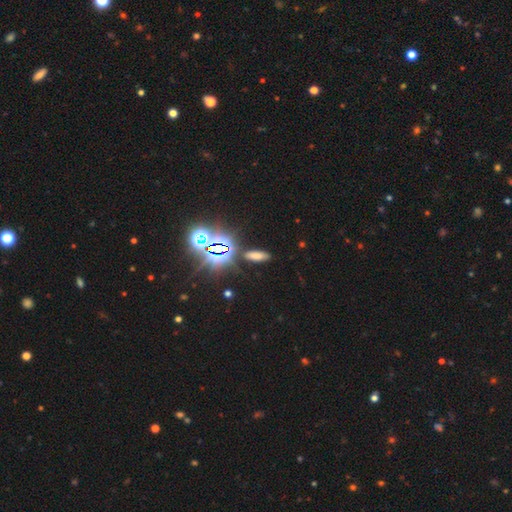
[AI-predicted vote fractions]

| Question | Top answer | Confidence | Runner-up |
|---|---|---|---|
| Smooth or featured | smooth | 55% | star or artifact (36%) |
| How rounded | in between | 67% | cigar-shaped (26%) |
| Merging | none | 85% | minor disturbance (9%) |